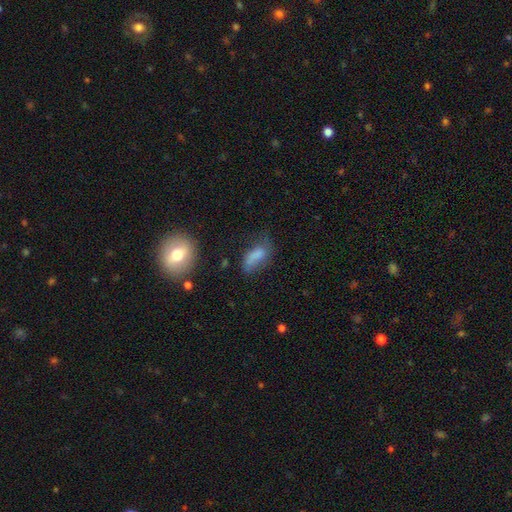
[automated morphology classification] smooth 73%, featured or disk 15%, star or artifact 12%. Down the decision tree: how rounded — in between (84%); merging — none (39%).